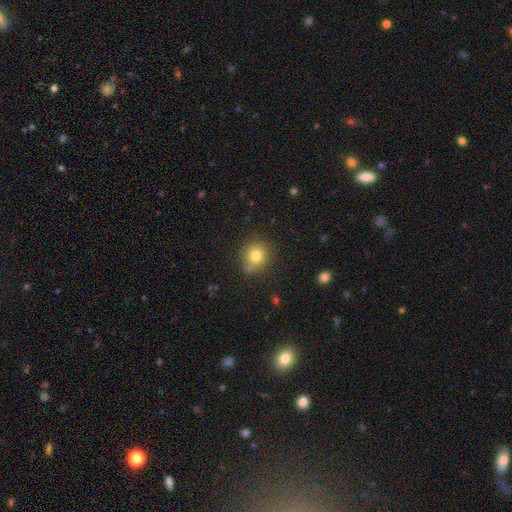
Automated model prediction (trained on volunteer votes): A smooth galaxy with no disk features (79%) that is round (87%).

Vote fractions:
- Smooth or featured? smooth: 79% / star or artifact: 12% / featured or disk: 9%
- How rounded? round: 87% / in between: 12% / cigar-shaped: 1%
- Merging? none: 77% / minor disturbance: 13% / merger: 6% / major disturbance: 4%